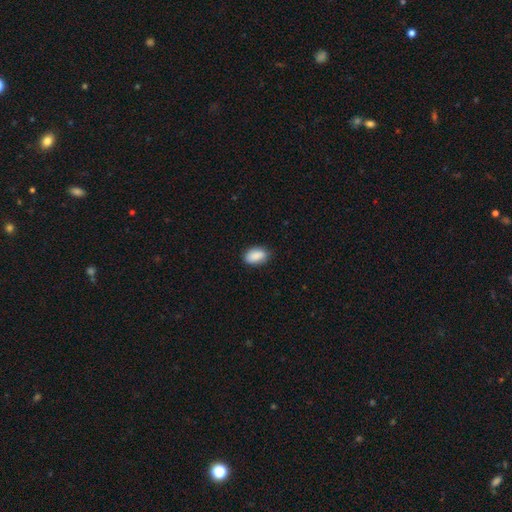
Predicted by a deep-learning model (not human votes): A smooth galaxy with no disk features (90%) that is in between round and cigar-shaped (91%).

Vote fractions:
- Smooth or featured? smooth: 90% / star or artifact: 7% / featured or disk: 4%
- How rounded? in between: 91% / round: 8% / cigar-shaped: 2%
- Merging? none: 83% / minor disturbance: 14% / major disturbance: 2% / merger: 1%